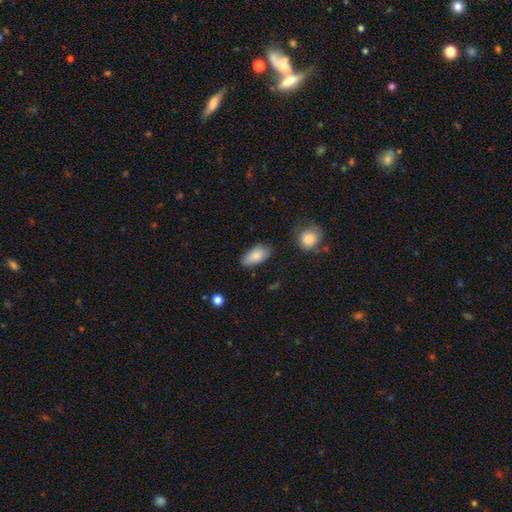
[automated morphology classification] Smooth or featured?
  - smooth: 86% *
  - featured or disk: 7%
  - star or artifact: 7%
How rounded?
  - in between: 93% *
  - cigar-shaped: 4%
  - round: 3%
Merging?
  - none: 76% *
  - minor disturbance: 18%
  - major disturbance: 3%
  - merger: 2%